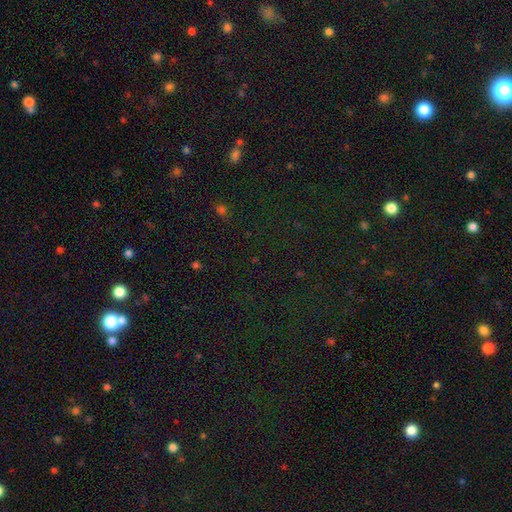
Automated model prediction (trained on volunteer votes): A star or artifact, not a galaxy (72%).

Vote fractions:
- Smooth or featured? star or artifact: 72% / smooth: 20% / featured or disk: 9%